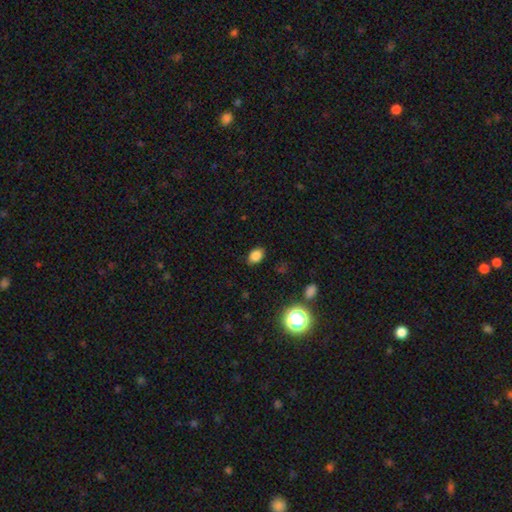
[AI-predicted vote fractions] This appears to be a smooth galaxy with no disk features (83%) that is in between round and cigar-shaped (77%). Merging: none (85%).